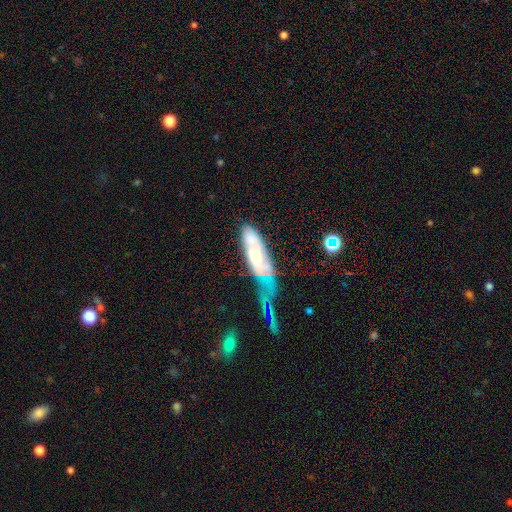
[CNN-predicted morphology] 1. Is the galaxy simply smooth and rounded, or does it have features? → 58% featured or disk, 34% smooth, 7% star or artifact.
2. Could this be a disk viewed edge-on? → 79% no, 21% yes.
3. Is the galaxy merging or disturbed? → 36% major disturbance, 27% minor disturbance, 21% none, 15% merger.